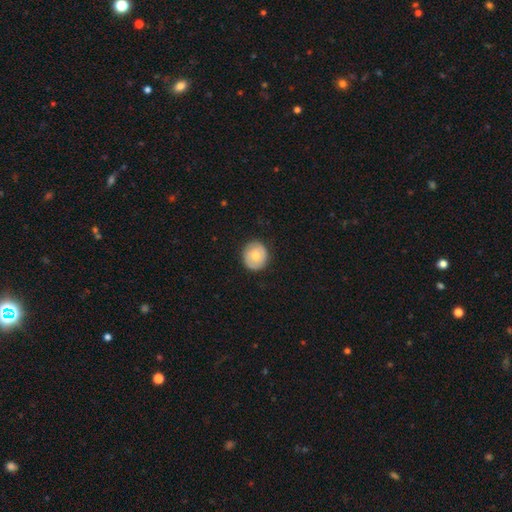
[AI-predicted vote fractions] Overall: smooth (67%). How rounded: round (87%). Merging: none (87%).